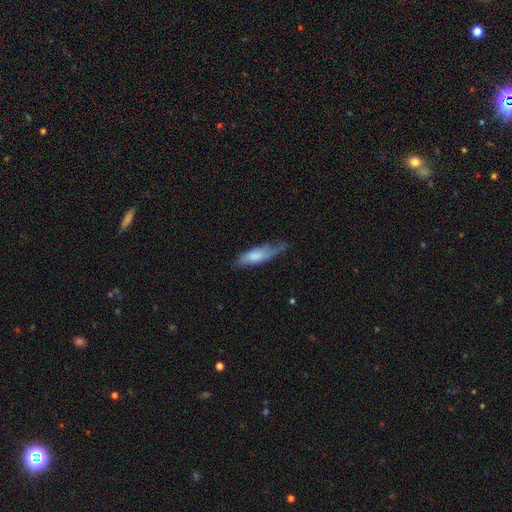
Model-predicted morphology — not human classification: Smooth or featured?
  - smooth: 70% *
  - featured or disk: 24%
  - star or artifact: 6%
How rounded?
  - cigar-shaped: 50% *
  - in between: 48%
  - round: 2%
Merging?
  - none: 47% *
  - minor disturbance: 38%
  - major disturbance: 13%
  - merger: 2%